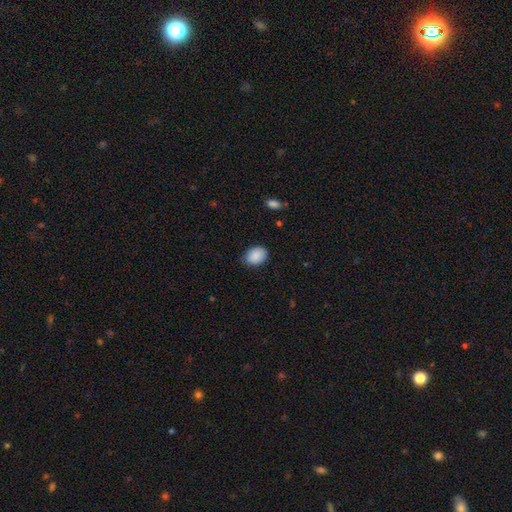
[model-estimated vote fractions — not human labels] Smooth or featured? smooth (89%)
How rounded? in between (68%)
Merging? none (80%)